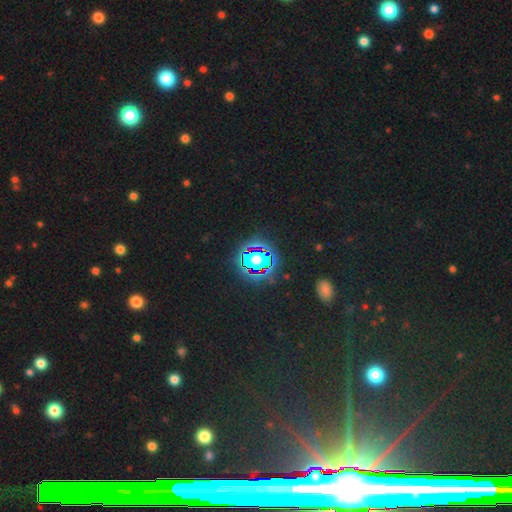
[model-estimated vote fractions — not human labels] A star or artifact, not a galaxy (80%).